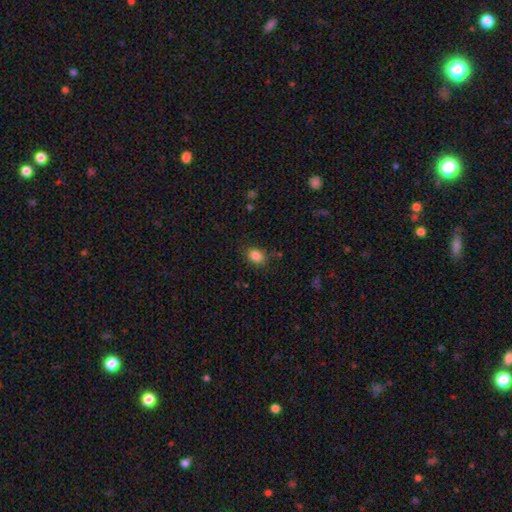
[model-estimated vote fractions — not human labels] smooth 86%, star or artifact 10%, featured or disk 5%. Down the decision tree: how rounded — in between (70%); merging — none (82%).